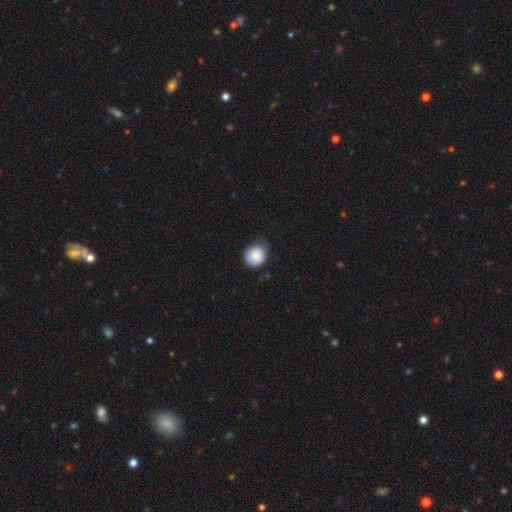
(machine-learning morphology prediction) Overall: smooth (85%). How rounded: round (87%). Merging: none (67%).